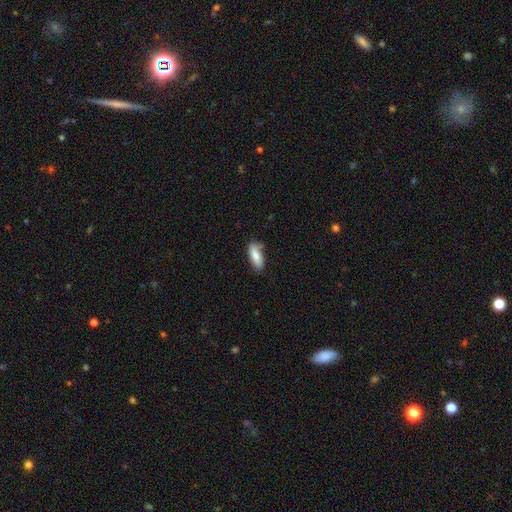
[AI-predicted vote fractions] Q: Smooth or featured?
A: smooth (78%); runner-up: featured or disk (15%)
Q: How rounded?
A: in between (76%); runner-up: cigar-shaped (22%)
Q: Merging?
A: none (69%); runner-up: minor disturbance (24%)